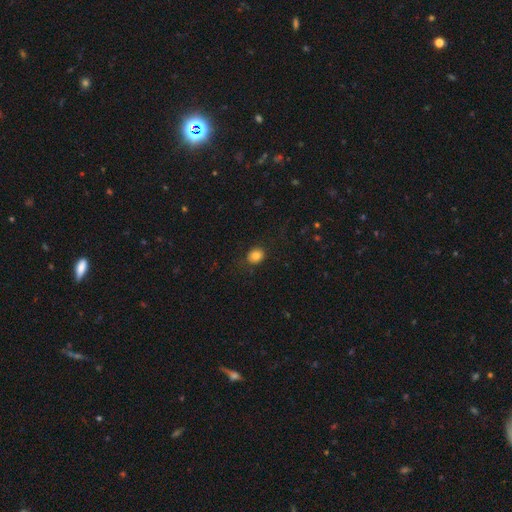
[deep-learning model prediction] Q: Smooth or featured?
A: smooth (82%); runner-up: star or artifact (11%)
Q: How rounded?
A: round (62%); runner-up: in between (37%)
Q: Merging?
A: none (83%); runner-up: minor disturbance (12%)